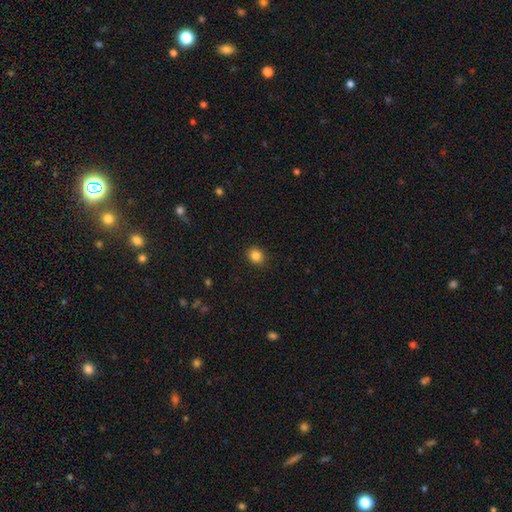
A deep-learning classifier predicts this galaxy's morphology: Smooth or featured? Predicted: smooth (p=0.85). How rounded? Predicted: round (p=0.71). Merging? Predicted: none (p=0.90).